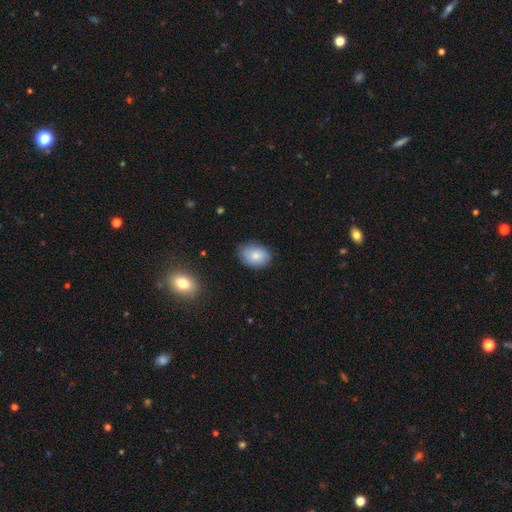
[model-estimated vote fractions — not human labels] A smooth galaxy with no disk features (81%) that is in between round and cigar-shaped (77%).

Vote fractions:
- Smooth or featured? smooth: 81% / featured or disk: 11% / star or artifact: 8%
- How rounded? in between: 77% / round: 22% / cigar-shaped: 1%
- Merging? none: 79% / minor disturbance: 17% / major disturbance: 3% / merger: 1%